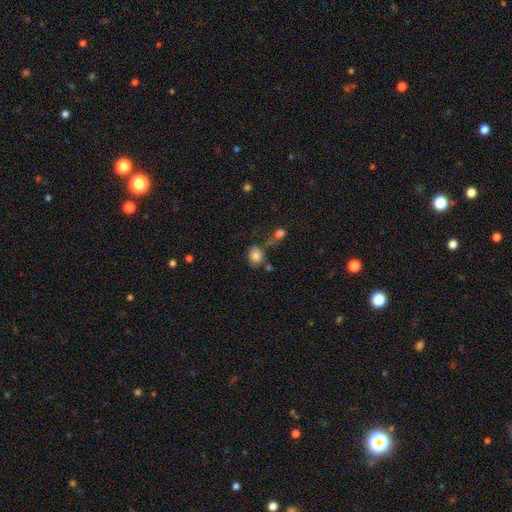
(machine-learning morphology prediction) Q: Smooth or featured?
A: smooth (81%); runner-up: star or artifact (10%)
Q: How rounded?
A: round (67%); runner-up: in between (32%)
Q: Merging?
A: none (59%); runner-up: minor disturbance (18%)